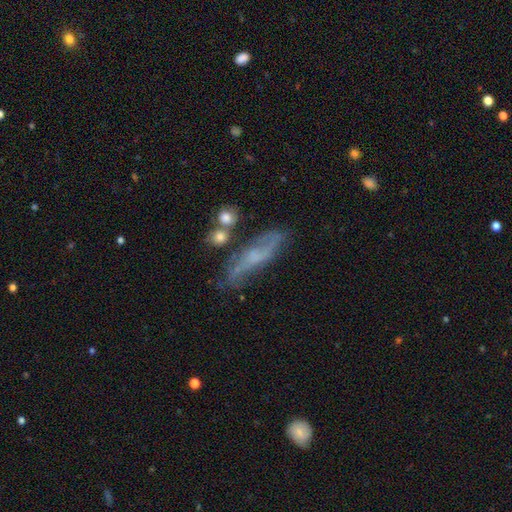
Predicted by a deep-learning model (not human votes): A featured or disk galaxy (59%). Merging: none (58%).